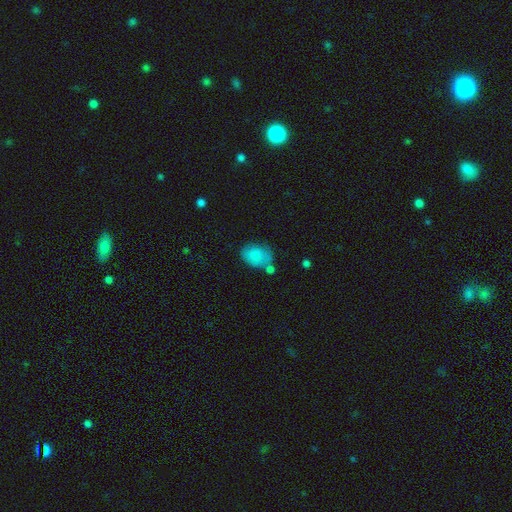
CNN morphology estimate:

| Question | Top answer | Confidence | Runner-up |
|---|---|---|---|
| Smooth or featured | smooth | 83% | featured or disk (9%) |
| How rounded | in between | 69% | round (29%) |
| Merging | none | 52% | minor disturbance (24%) |